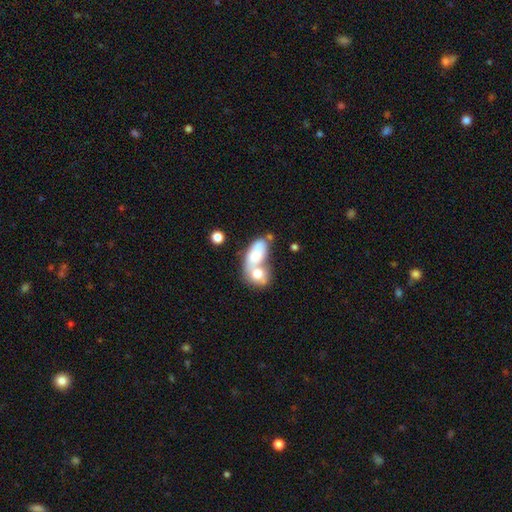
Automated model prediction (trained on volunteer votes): Overall: smooth (68%). How rounded: in between (82%). Merging: merger (73%).